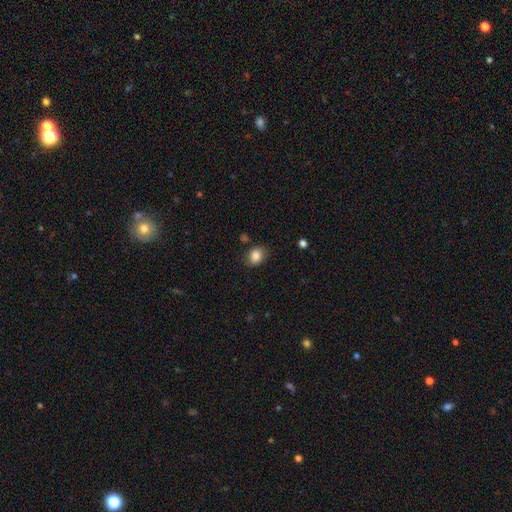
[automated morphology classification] Q: Smooth or featured?
A: smooth (85%); runner-up: star or artifact (9%)
Q: How rounded?
A: round (50%); runner-up: in between (49%)
Q: Merging?
A: none (79%); runner-up: minor disturbance (15%)